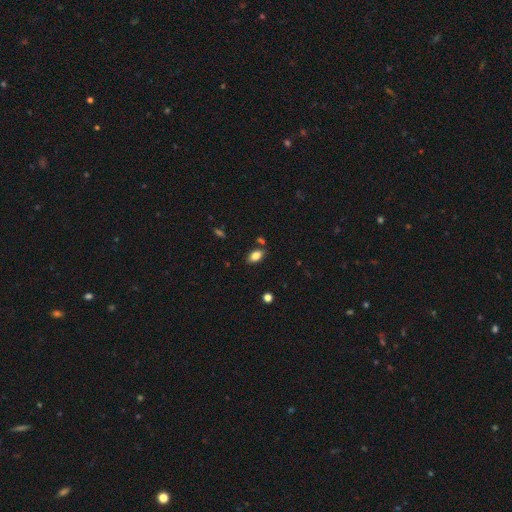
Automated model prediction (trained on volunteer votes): smooth-or-featured: smooth: 83% | star or artifact: 9% | featured or disk: 8%
  how-rounded: in between: 90% | round: 7% | cigar-shaped: 3%
  merging: none: 80% | minor disturbance: 12% | merger: 5% | major disturbance: 3%